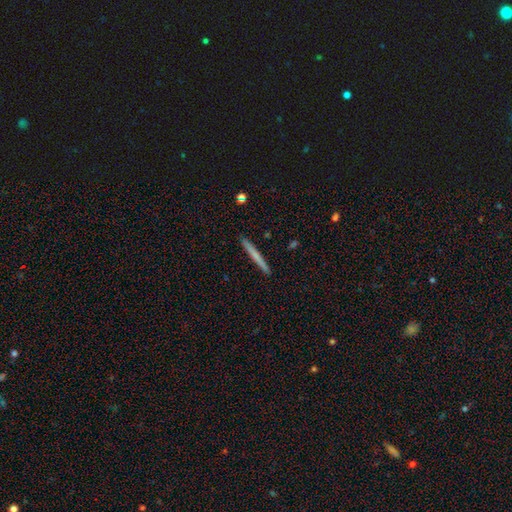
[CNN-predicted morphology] The model was most divided on "smooth or featured": smooth: 63%, featured or disk: 32%, star or artifact: 6%. More confident: how rounded — cigar-shaped (97%); merging — none (92%).